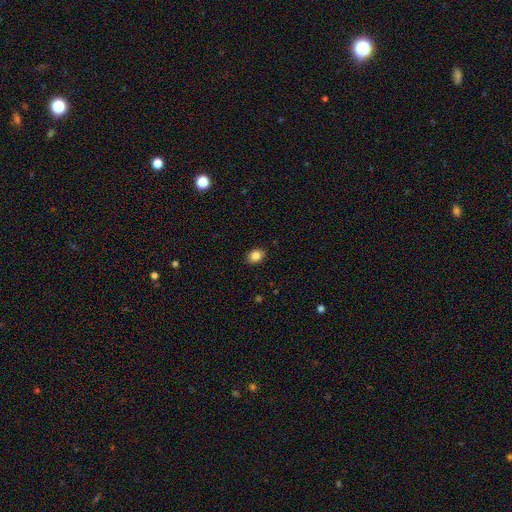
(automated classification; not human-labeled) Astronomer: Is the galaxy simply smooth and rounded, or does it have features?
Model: smooth — 85%.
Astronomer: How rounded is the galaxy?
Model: in between — 57% (runner-up: round, 42%).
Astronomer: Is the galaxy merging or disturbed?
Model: none — 89%.